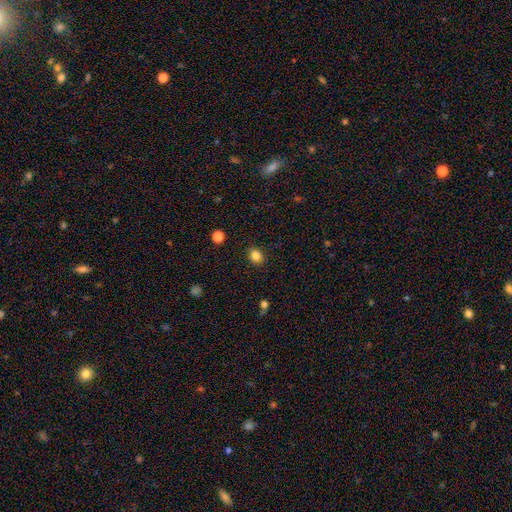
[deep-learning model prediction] Smooth or featured? Predicted: smooth (p=0.84). How rounded? Predicted: round (p=0.57). Merging? Predicted: none (p=0.87).